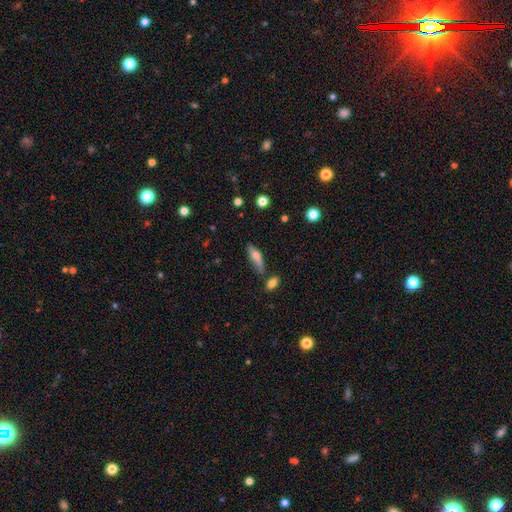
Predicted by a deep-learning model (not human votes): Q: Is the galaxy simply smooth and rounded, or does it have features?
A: smooth — 62%.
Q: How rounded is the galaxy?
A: cigar-shaped — 52%.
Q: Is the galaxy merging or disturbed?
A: none — 57%.